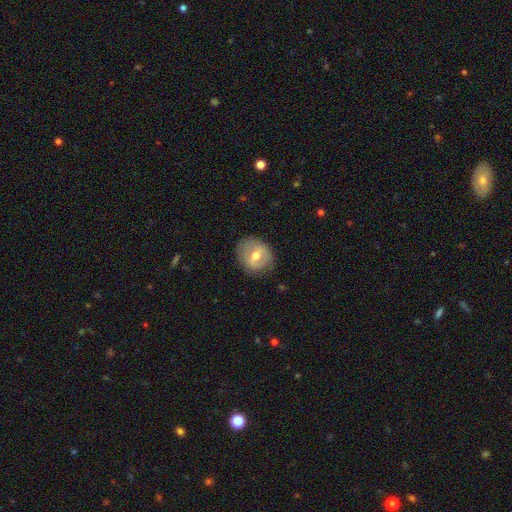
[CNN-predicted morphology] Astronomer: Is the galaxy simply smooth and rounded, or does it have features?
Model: featured or disk — 52% (runner-up: smooth, 42%).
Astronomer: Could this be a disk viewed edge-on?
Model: no — 94%.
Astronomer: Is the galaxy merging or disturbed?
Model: none — 76%.